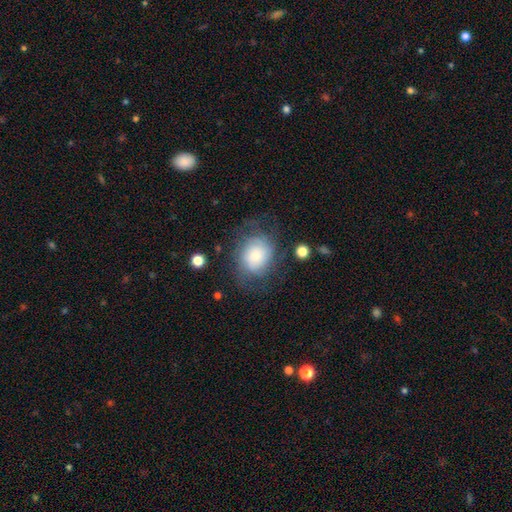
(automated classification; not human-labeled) Smooth or featured? smooth (53%)
How rounded? round (59%)
Merging? none (57%)